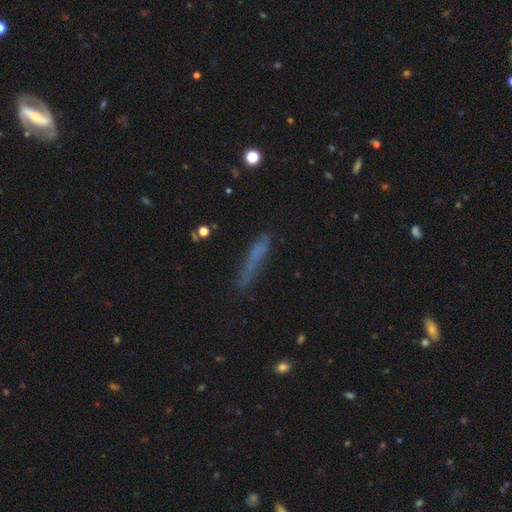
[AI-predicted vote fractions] Smooth or featured: smooth — 60% (featured or disk — 27%)
How rounded: cigar-shaped — 88% (in between — 10%)
Merging: none — 61% (minor disturbance — 25%)